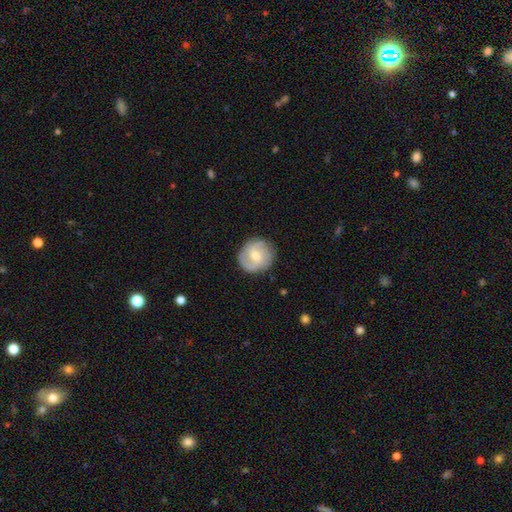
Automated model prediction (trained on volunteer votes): The model was most divided on "spiral winding": medium: 44%, tight: 36%, loose: 20%. Remaining: edge-on disk — no (98%); spiral arms — yes (88%); merging — none (83%); smooth or featured — featured or disk (61%); bulge size — moderate (55%); bar — weak (49%); spiral arm count — 2 (49%).